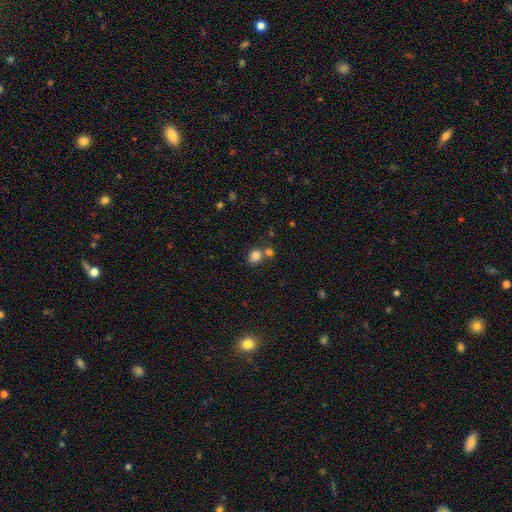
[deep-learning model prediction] A smooth galaxy with no disk features (82%) that is round (68%). Merging: none (58%).